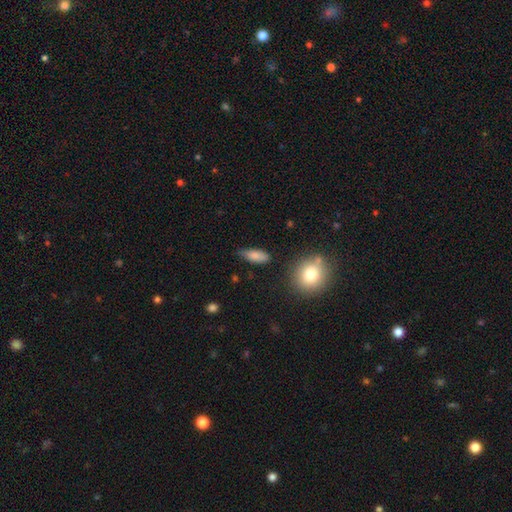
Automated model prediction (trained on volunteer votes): This is likely a smooth galaxy (80%). How rounded: likely in between (73%). Merging: likely none (64%).